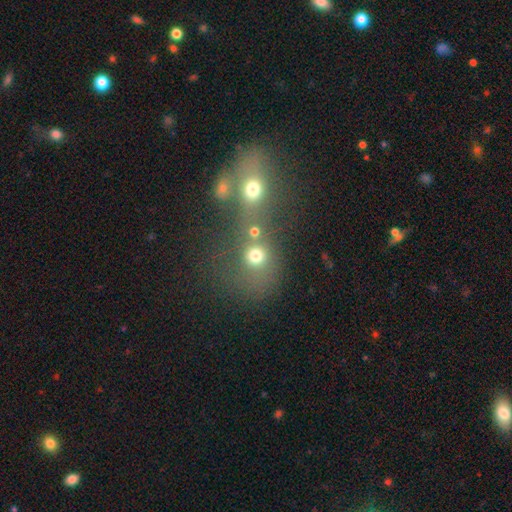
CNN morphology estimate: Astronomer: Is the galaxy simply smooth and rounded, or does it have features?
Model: smooth — 69%.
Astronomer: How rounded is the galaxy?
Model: round — 77%.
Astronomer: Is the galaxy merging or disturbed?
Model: merger — 48% (runner-up: none, 36%).